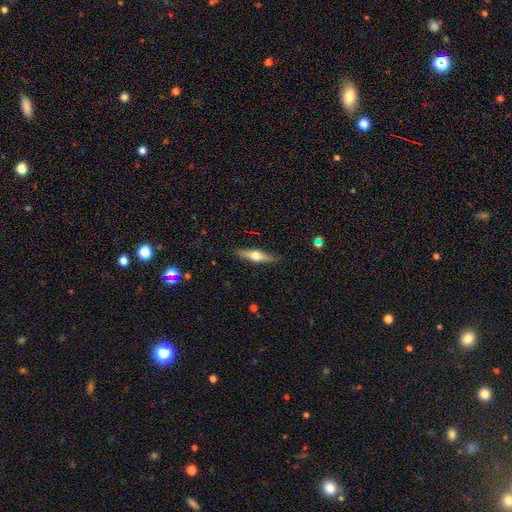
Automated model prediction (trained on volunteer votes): Smooth or featured? Predicted: featured or disk (p=0.52). Edge-on disk? Predicted: yes (p=0.92). Merging? Predicted: none (p=0.88).